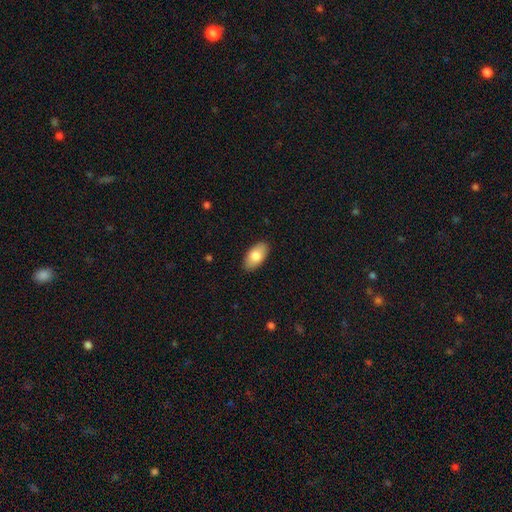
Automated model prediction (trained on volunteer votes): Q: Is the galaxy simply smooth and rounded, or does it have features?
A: smooth — 80%.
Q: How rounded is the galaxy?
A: in between — 94%.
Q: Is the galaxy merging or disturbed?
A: none — 89%.